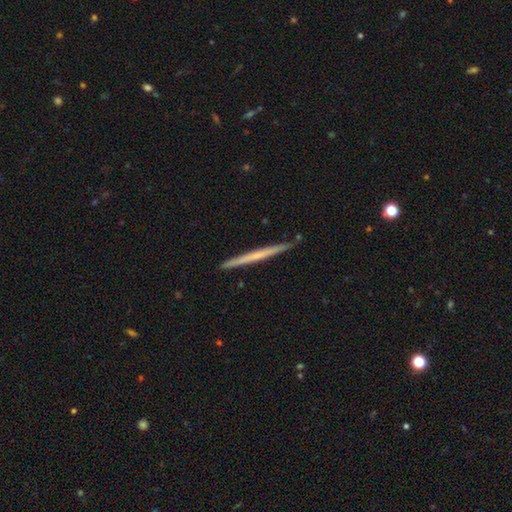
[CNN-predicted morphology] smooth-or-featured: featured or disk: 51% | smooth: 44% | star or artifact: 5%
  disk-edge-on: yes: 98% | no: 2%
  merging: none: 91% | minor disturbance: 7% | merger: 1% | major disturbance: 1%